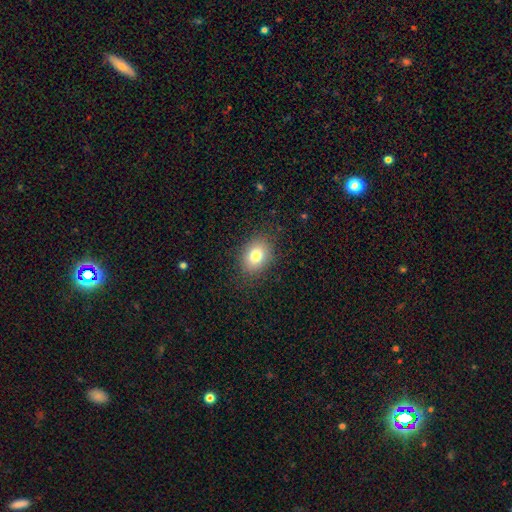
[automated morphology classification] Q: Smooth or featured?
A: smooth (79%); runner-up: featured or disk (11%)
Q: How rounded?
A: in between (65%); runner-up: round (34%)
Q: Merging?
A: none (85%); runner-up: minor disturbance (11%)